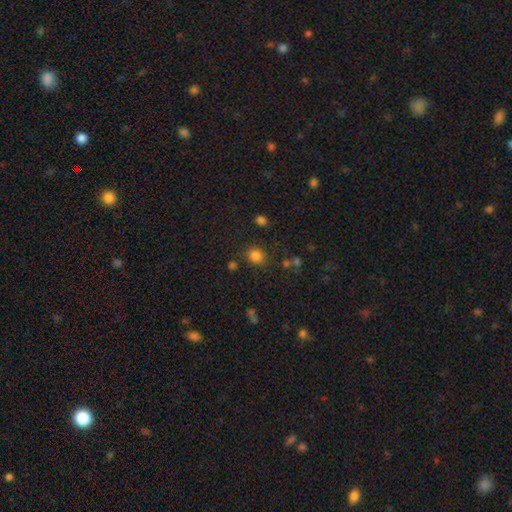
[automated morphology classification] smooth-or-featured: smooth: 81% | star or artifact: 14% | featured or disk: 5%
  how-rounded: round: 78% | in between: 22% | cigar-shaped: 1%
  merging: none: 80% | minor disturbance: 11% | merger: 5% | major disturbance: 4%